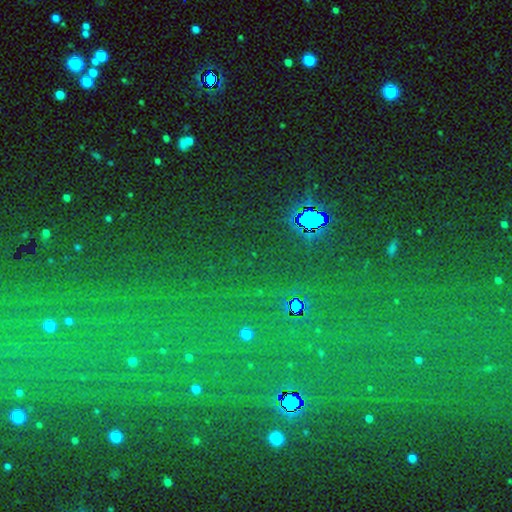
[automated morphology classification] Smooth or featured? Predicted: star or artifact (p=0.80).